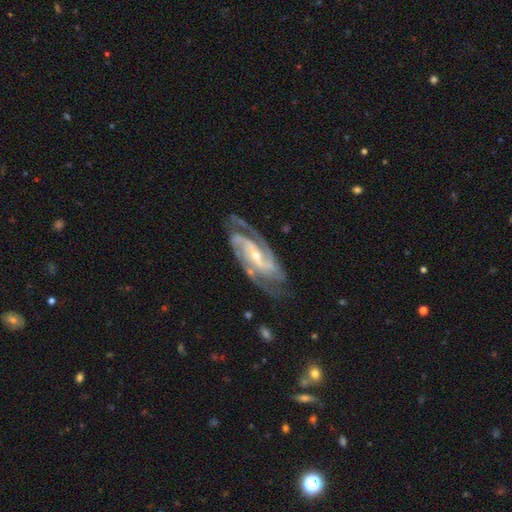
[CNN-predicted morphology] Smooth or featured? featured or disk (92%)
Edge-on disk? no (95%)
Bar? strong (36%)
Spiral arms? yes (98%)
Spiral winding? medium (47%)
Spiral arm count? 2 (61%)
Bulge size? small (66%)
Merging? none (74%)